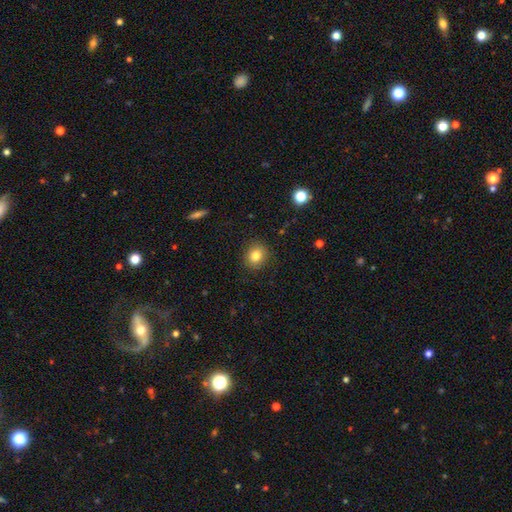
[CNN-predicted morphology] Q: Smooth or featured?
A: smooth (82%); runner-up: star or artifact (11%)
Q: How rounded?
A: round (75%); runner-up: in between (24%)
Q: Merging?
A: none (89%); runner-up: minor disturbance (8%)